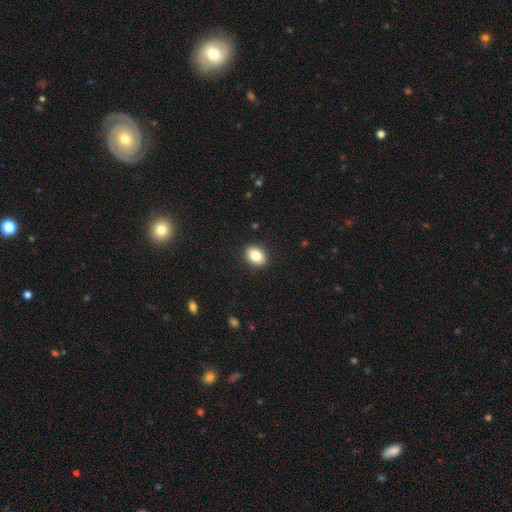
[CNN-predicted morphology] smooth 84%, star or artifact 8%, featured or disk 8%. Down the decision tree: how rounded — in between (72%); merging — none (90%).